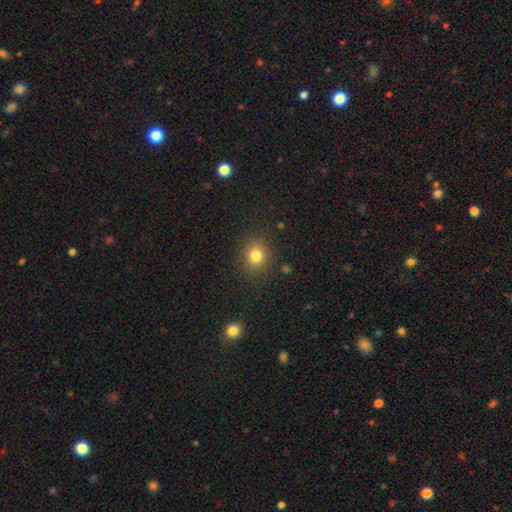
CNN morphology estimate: smooth 80%, star or artifact 13%, featured or disk 7%. Down the decision tree: how rounded — round (72%); merging — none (86%).